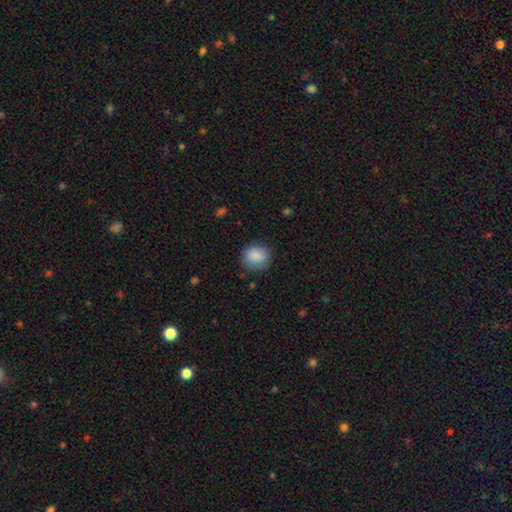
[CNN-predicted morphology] smooth_or_featured: smooth (p=0.87) [alt: star or artifact p=0.08]
how_rounded: round (p=0.75) [alt: in between p=0.25]
merging: none (p=0.80) [alt: minor disturbance p=0.15]